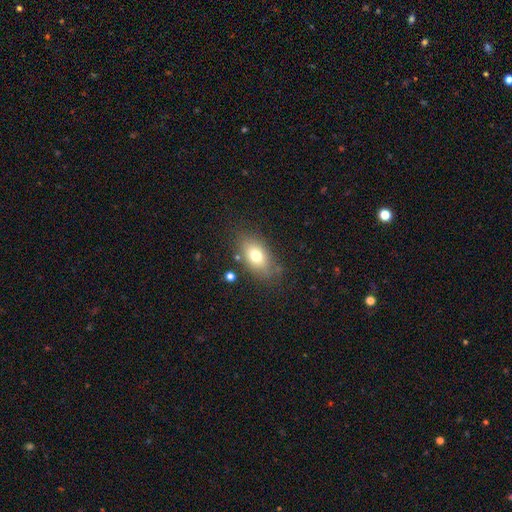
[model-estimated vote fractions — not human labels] Smooth or featured? smooth (74%)
How rounded? in between (84%)
Merging? none (76%)